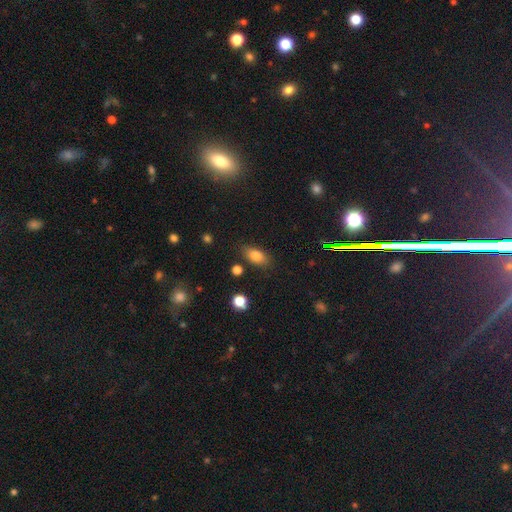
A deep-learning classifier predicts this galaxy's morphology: type=smooth (80%); roundness=in between (85%); merging=none (79%).